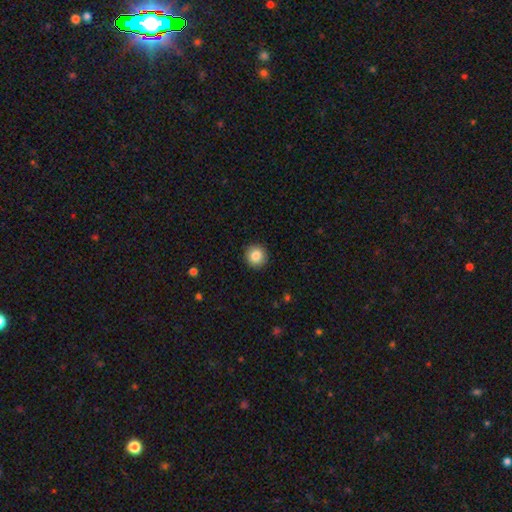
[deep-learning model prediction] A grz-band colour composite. It shows a smooth galaxy with no disk features (85%) that is round (94%). Merging: none (92%).